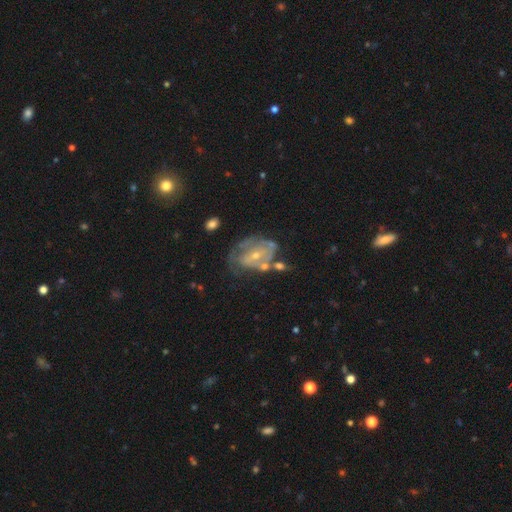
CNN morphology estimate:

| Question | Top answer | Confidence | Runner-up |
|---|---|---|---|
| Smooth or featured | featured or disk | 72% | smooth (20%) |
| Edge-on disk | no | 96% | yes (4%) |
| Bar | no | 59% | weak (31%) |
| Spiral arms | yes | 62% | no (38%) |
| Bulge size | small | 64% | moderate (32%) |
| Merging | none | 40% | minor disturbance (25%) |